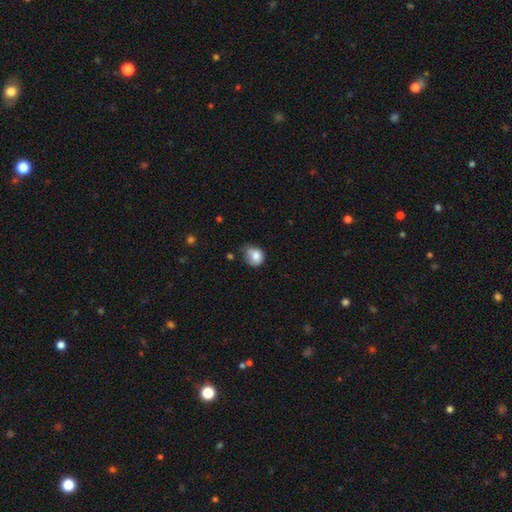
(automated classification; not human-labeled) Smooth or featured? Predicted: smooth (p=0.78). How rounded? Predicted: round (p=0.62). Merging? Predicted: minor disturbance (p=0.41).